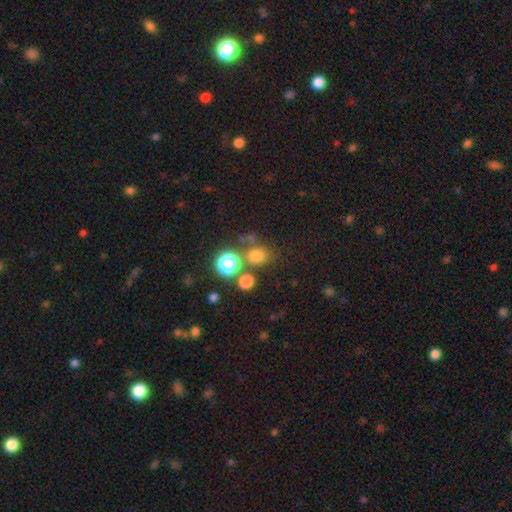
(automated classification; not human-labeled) A smooth galaxy with no disk features (71%) that is round (71%). Merging: none (64%).